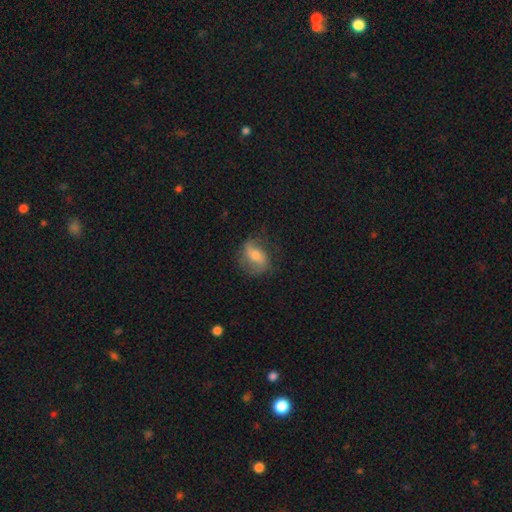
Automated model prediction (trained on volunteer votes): This is possibly a featured or disk galaxy (55%). It is clearly not viewed edge-on (93%). Bar: marginally weak (38%). Spiral arm pattern: likely yes (80%). Central bulge: possibly moderate (57%). Merging: likely none (68%).